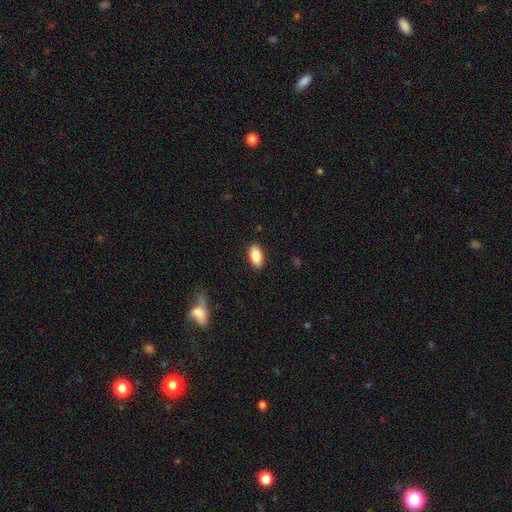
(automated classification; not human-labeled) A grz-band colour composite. It shows a smooth galaxy with no disk features (86%) that is in between round and cigar-shaped (92%). Merging: none (88%).